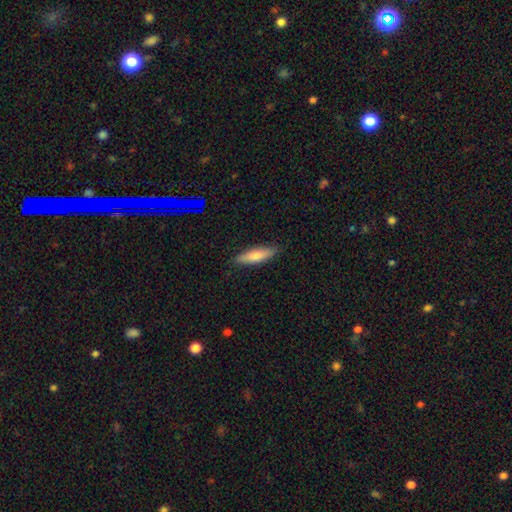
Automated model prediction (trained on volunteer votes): Morphology: type=smooth (75%); roundness=cigar-shaped (64%); merging=none (86%).